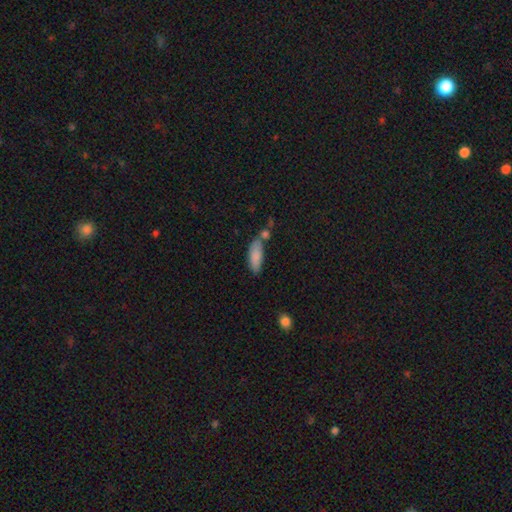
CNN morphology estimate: smooth_or_featured: smooth (p=0.84) [alt: featured or disk p=0.09]
how_rounded: in between (p=0.70) [alt: cigar-shaped p=0.28]
merging: none (p=0.51) [alt: merger p=0.23]